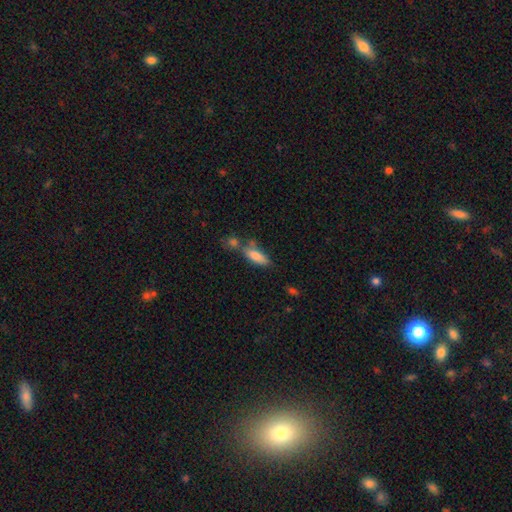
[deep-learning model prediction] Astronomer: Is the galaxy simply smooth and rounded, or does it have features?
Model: smooth — 80%.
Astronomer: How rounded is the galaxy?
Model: in between — 63%.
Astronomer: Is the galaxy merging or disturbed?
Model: none — 48% (runner-up: merger, 28%).